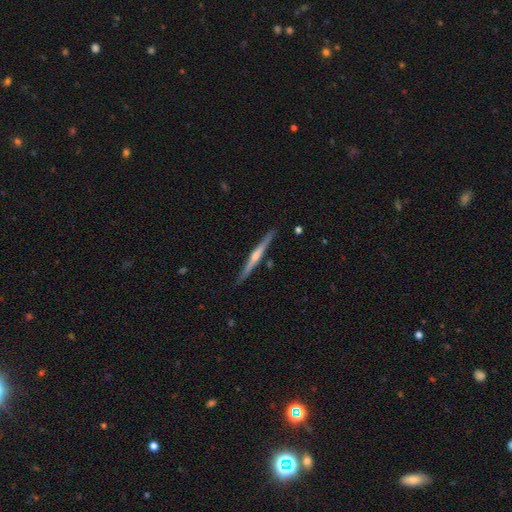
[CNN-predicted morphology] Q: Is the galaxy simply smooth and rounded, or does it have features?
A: featured or disk — 76%.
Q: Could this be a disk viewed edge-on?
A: yes — 98%.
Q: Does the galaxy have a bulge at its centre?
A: rounded — 74%.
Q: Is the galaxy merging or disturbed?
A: none — 91%.